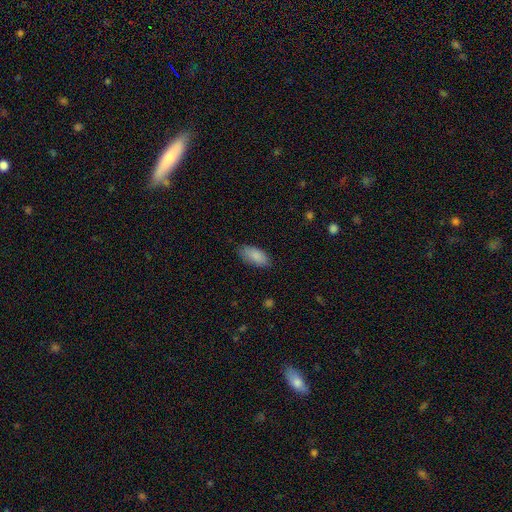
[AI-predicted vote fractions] smooth_or_featured: smooth (p=0.88) [alt: star or artifact p=0.06]
how_rounded: in between (p=0.89) [alt: cigar-shaped p=0.09]
merging: none (p=0.82) [alt: minor disturbance p=0.15]